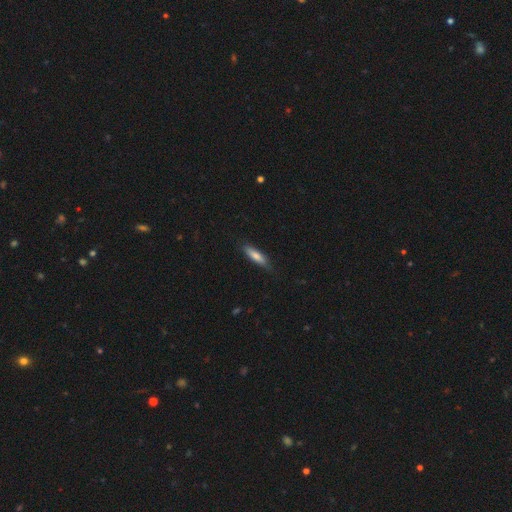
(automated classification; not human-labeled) Morphology: type=smooth (75%); roundness=cigar-shaped (71%); merging=none (83%).